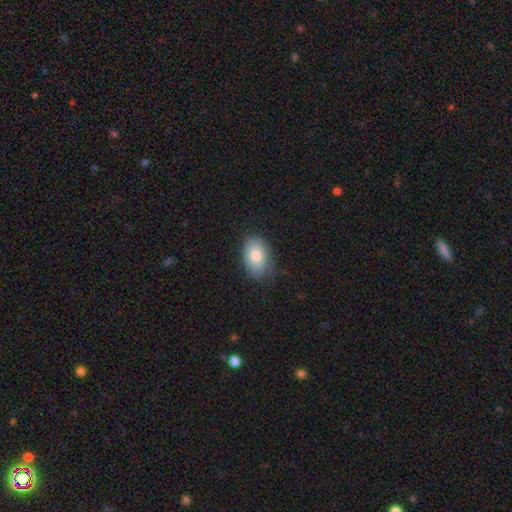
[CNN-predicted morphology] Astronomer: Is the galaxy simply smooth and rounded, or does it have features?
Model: smooth — 79%.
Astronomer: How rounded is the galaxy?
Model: in between — 88%.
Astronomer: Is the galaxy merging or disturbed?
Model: none — 70%.